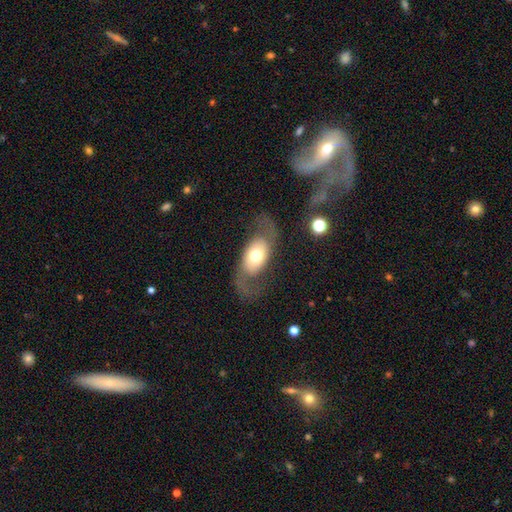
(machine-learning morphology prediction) smooth_or_featured: featured or disk (p=0.67) [alt: smooth p=0.27]
disk_edge_on: no (p=0.91) [alt: yes p=0.09]
bar: no (p=0.73) [alt: weak p=0.19]
has_spiral_arms: yes (p=0.81) [alt: no p=0.19]
bulge_size: moderate (p=0.59) [alt: large p=0.26]
merging: none (p=0.69) [alt: major disturbance p=0.15]